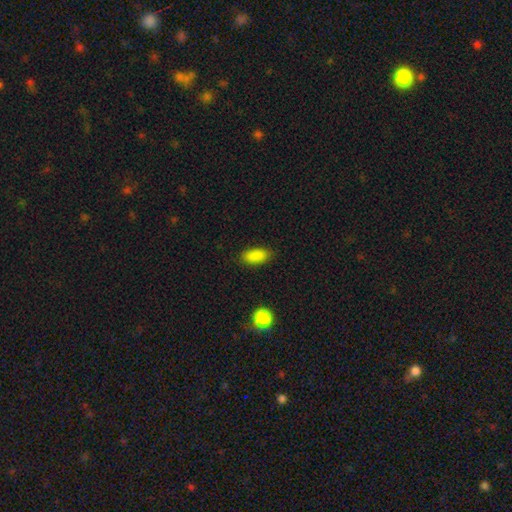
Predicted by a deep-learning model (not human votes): smooth-or-featured: smooth: 88% | star or artifact: 8% | featured or disk: 4%
  how-rounded: in between: 87% | cigar-shaped: 9% | round: 4%
  merging: none: 84% | minor disturbance: 12% | major disturbance: 3% | merger: 2%